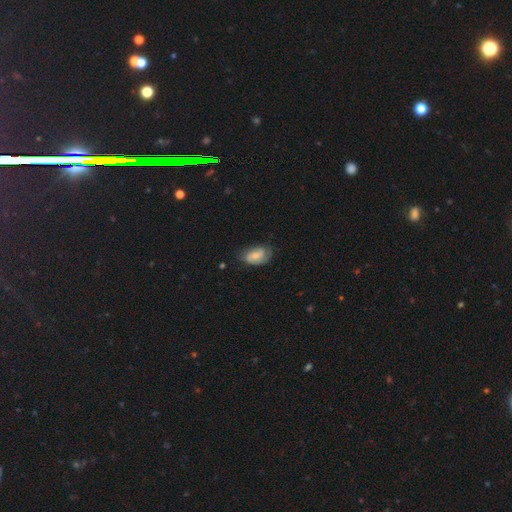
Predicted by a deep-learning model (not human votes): A featured or disk galaxy (57%) with no bar (51%), spiral arms (88%) and a small central bulge (50%).

Vote fractions:
- Smooth or featured? featured or disk: 57% / smooth: 36% / star or artifact: 7%
- Edge-on disk? no: 96% / yes: 4%
- Bar? no: 51% / weak: 39% / strong: 10%
- Spiral arms? yes: 88% / no: 12%
- Bulge size? small: 50% / moderate: 40% / none: 7% / large: 3% / dominant: 1%
- Merging? none: 62% / minor disturbance: 27% / major disturbance: 10% / merger: 1%